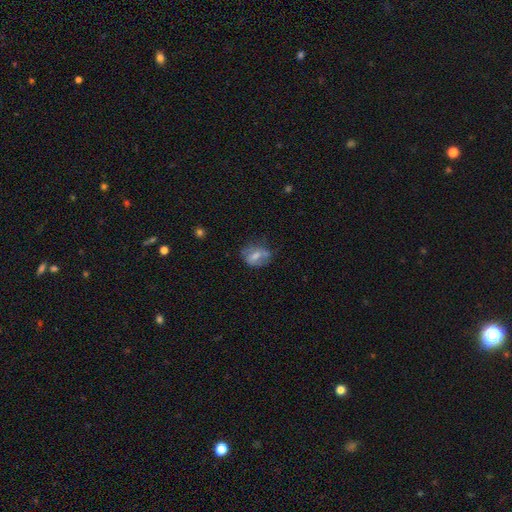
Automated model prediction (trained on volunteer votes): This appears to be a smooth galaxy with no disk features (53%) that is in between round and cigar-shaped (61%). Merging: none (48%).